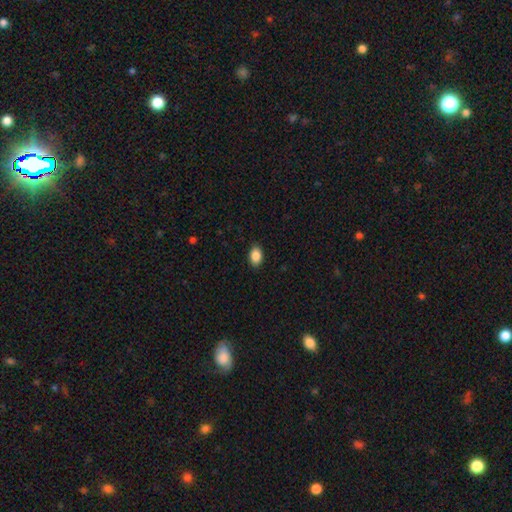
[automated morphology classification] smooth 89%, star or artifact 8%, featured or disk 3%. Down the decision tree: how rounded — in between (86%); merging — none (89%).